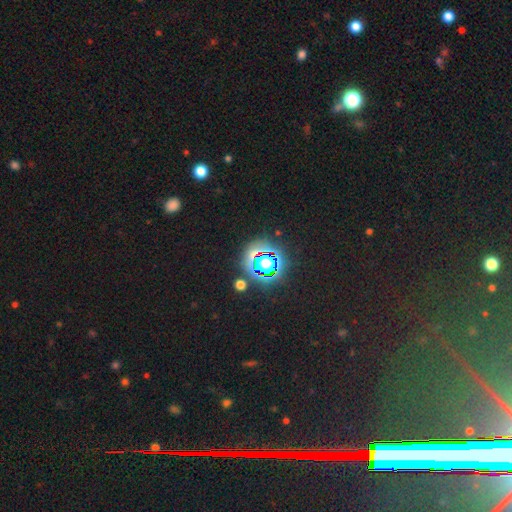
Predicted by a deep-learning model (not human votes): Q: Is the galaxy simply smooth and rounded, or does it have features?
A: star or artifact — 70%.